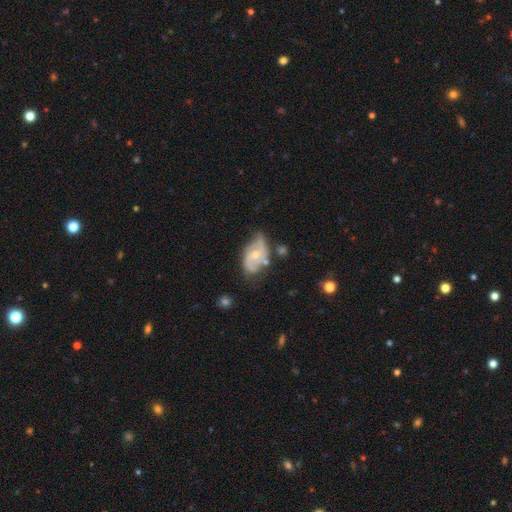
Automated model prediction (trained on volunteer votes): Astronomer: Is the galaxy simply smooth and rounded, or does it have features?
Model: featured or disk — 74%.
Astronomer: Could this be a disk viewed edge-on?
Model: no — 96%.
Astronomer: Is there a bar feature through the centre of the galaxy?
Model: no — 57% (runner-up: weak, 35%).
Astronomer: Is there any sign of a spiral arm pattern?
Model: yes — 87%.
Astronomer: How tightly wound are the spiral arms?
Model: medium — 45% (runner-up: loose, 33%).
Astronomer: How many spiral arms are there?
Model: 2 — 77%.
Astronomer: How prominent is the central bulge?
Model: moderate — 53% (runner-up: small, 43%).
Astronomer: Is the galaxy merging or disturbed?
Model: none — 49% (runner-up: minor disturbance, 32%).